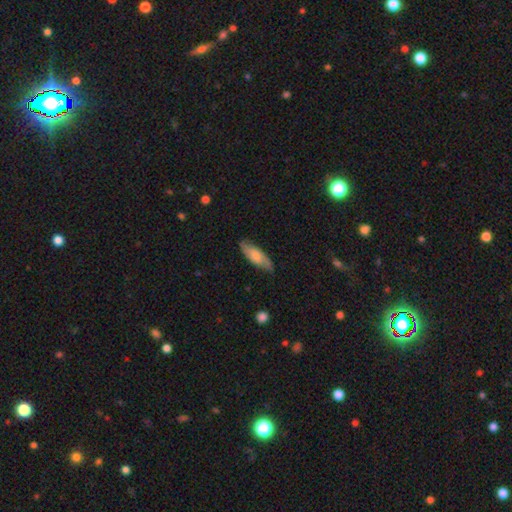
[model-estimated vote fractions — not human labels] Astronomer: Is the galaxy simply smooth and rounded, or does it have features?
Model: smooth — 54% (runner-up: featured or disk, 40%).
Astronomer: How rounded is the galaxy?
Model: in between — 66%.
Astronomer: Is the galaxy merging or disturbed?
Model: none — 78%.